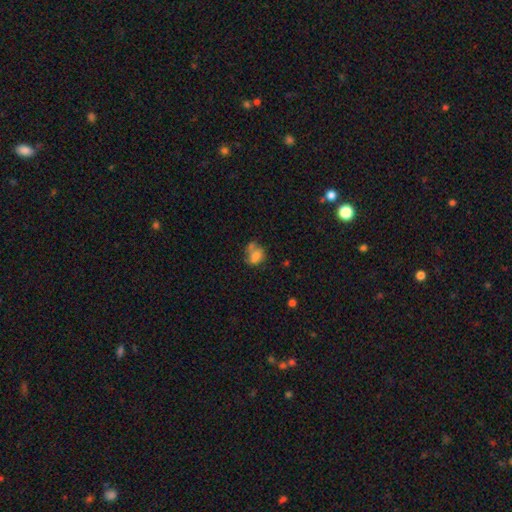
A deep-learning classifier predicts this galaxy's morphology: type=smooth (67%); roundness=in between (53%); merging=merger (34%).